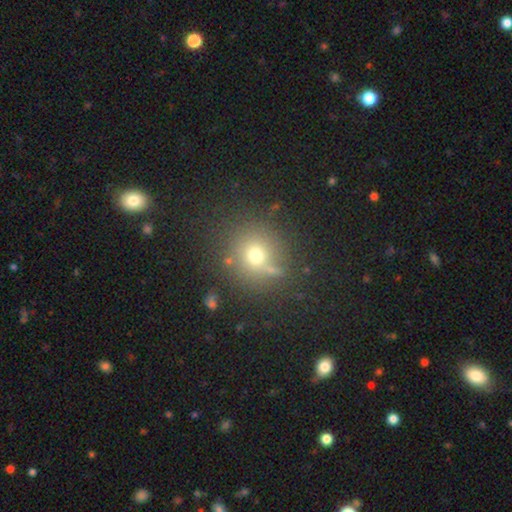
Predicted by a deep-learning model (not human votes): smooth 67%, star or artifact 20%, featured or disk 13%. Down the decision tree: how rounded — round (89%); merging — none (76%).